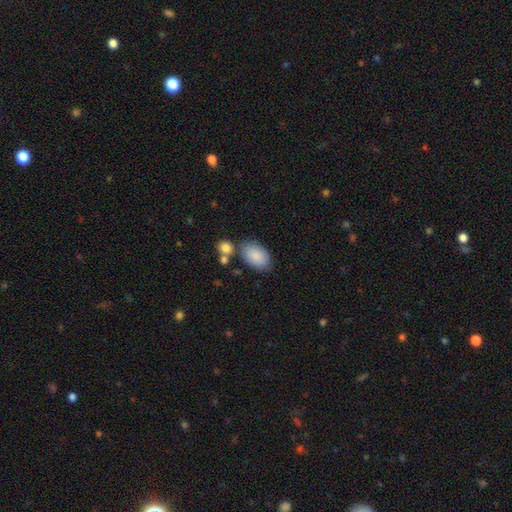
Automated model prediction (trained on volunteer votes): Smooth or featured?
  - smooth: 88% *
  - featured or disk: 7%
  - star or artifact: 6%
How rounded?
  - in between: 93% *
  - round: 6%
  - cigar-shaped: 1%
Merging?
  - none: 69% *
  - minor disturbance: 15%
  - merger: 11%
  - major disturbance: 4%